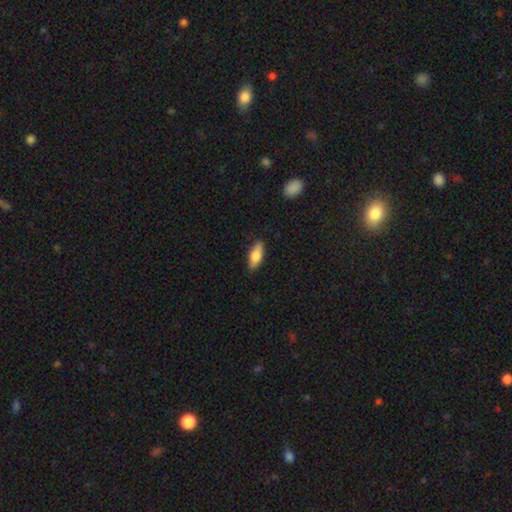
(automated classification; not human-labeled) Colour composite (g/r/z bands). It shows a smooth galaxy with no disk features (78%) that is in between round and cigar-shaped (77%). Merging: none (86%).